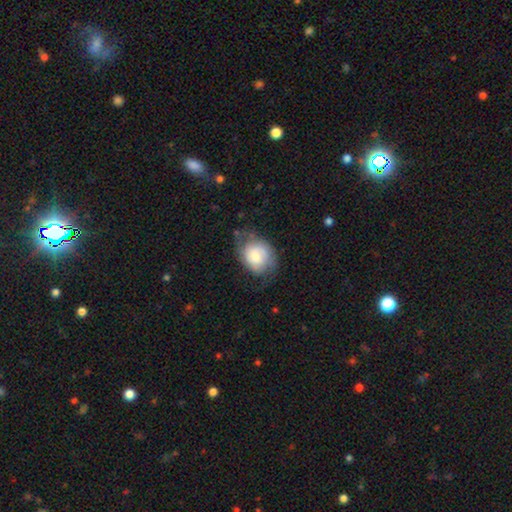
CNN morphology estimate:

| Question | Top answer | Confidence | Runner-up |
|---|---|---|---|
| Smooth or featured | smooth | 57% | featured or disk (36%) |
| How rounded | round | 54% | in between (45%) |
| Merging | none | 53% | minor disturbance (29%) |